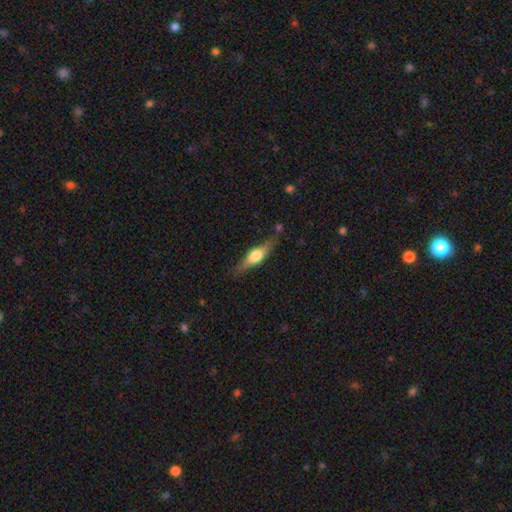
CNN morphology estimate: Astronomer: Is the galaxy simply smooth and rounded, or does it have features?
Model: featured or disk — 60%.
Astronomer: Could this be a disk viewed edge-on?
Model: yes — 94%.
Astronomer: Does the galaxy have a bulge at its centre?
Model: rounded — 91%.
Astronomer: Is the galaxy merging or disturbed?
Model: none — 79%.